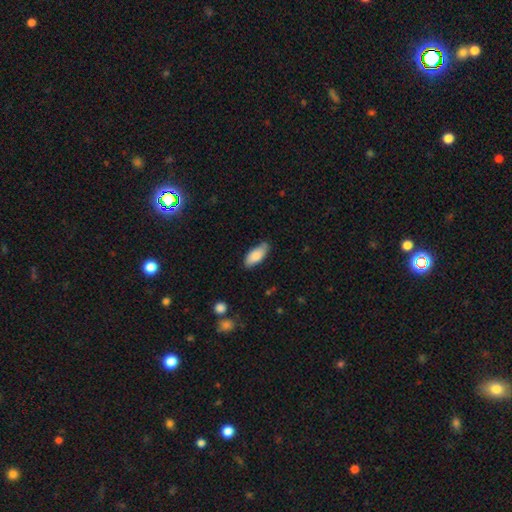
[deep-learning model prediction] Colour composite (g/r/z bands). It shows a smooth galaxy with no disk features (85%) that is in between round and cigar-shaped (85%). Merging: none (76%).